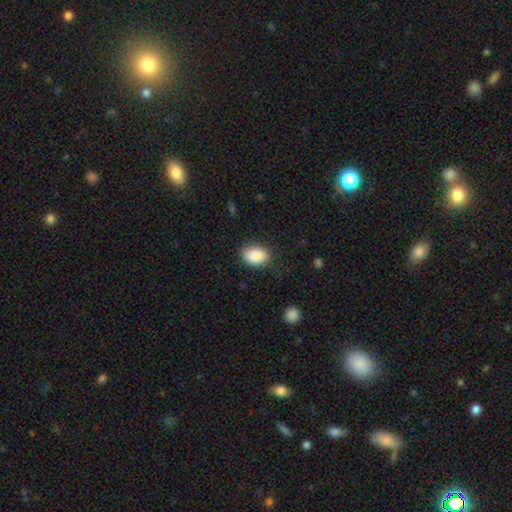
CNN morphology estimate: Smooth or featured?
  - smooth: 89% *
  - star or artifact: 7%
  - featured or disk: 3%
How rounded?
  - in between: 82% *
  - round: 17%
  - cigar-shaped: 1%
Merging?
  - none: 80% *
  - minor disturbance: 14%
  - major disturbance: 4%
  - merger: 1%